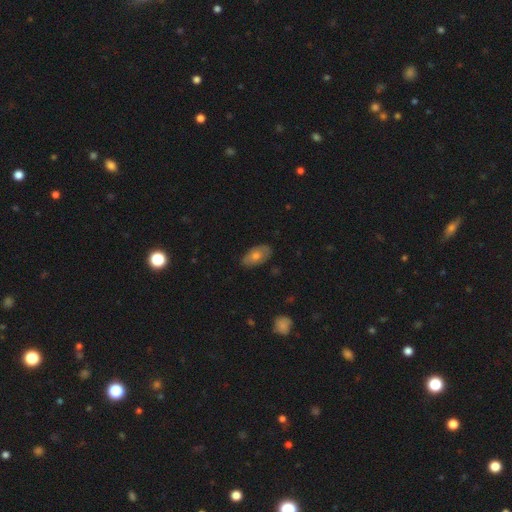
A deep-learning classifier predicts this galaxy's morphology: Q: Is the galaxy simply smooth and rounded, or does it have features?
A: smooth — 59%.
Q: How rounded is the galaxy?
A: in between — 92%.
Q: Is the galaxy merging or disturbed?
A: none — 80%.